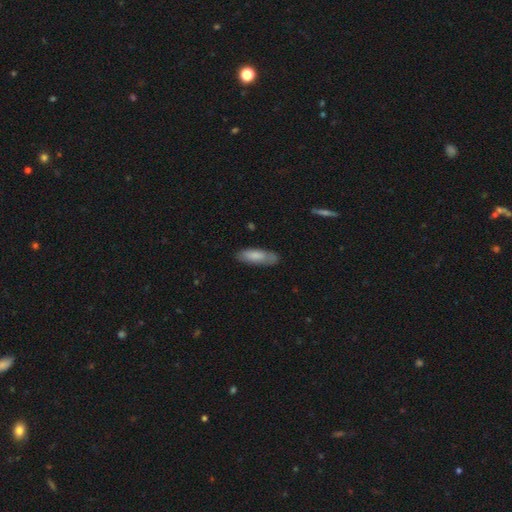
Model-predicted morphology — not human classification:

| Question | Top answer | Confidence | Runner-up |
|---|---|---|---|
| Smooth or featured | smooth | 79% | featured or disk (15%) |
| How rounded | in between | 57% | cigar-shaped (42%) |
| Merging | none | 73% | minor disturbance (20%) |